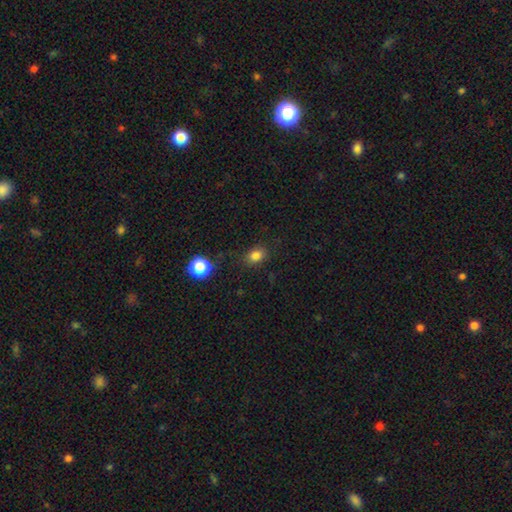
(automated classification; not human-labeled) Q: Smooth or featured?
A: smooth (81%); runner-up: star or artifact (14%)
Q: How rounded?
A: in between (65%); runner-up: round (34%)
Q: Merging?
A: none (81%); runner-up: minor disturbance (12%)